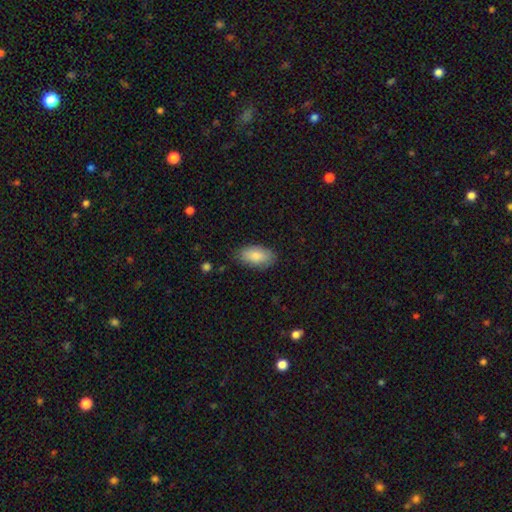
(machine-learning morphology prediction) Smooth or featured?
  - smooth: 85% *
  - featured or disk: 9%
  - star or artifact: 6%
How rounded?
  - in between: 93% *
  - round: 4%
  - cigar-shaped: 3%
Merging?
  - none: 81% *
  - minor disturbance: 15%
  - major disturbance: 3%
  - merger: 1%